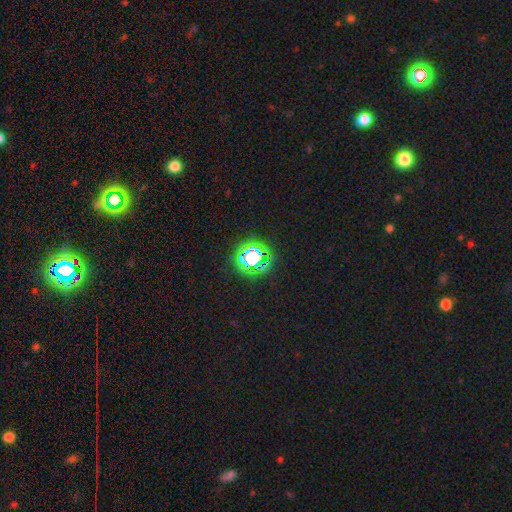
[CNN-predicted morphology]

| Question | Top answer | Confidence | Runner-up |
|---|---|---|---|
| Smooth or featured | star or artifact | 70% | smooth (20%) |